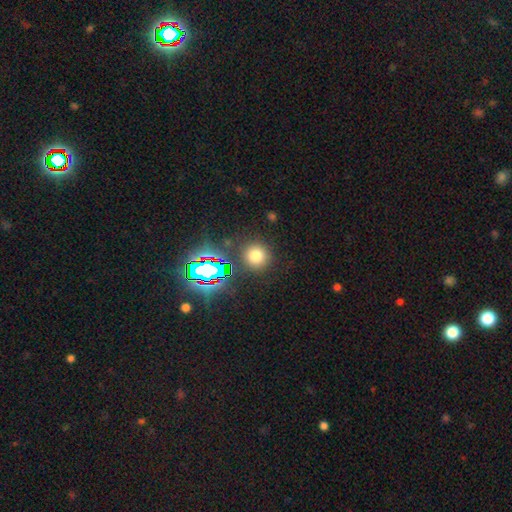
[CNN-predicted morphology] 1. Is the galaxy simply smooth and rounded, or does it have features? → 69% smooth, 23% star or artifact, 8% featured or disk.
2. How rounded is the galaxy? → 93% round, 6% in between, 1% cigar-shaped.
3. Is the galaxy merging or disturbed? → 87% none, 7% minor disturbance, 3% major disturbance, 3% merger.